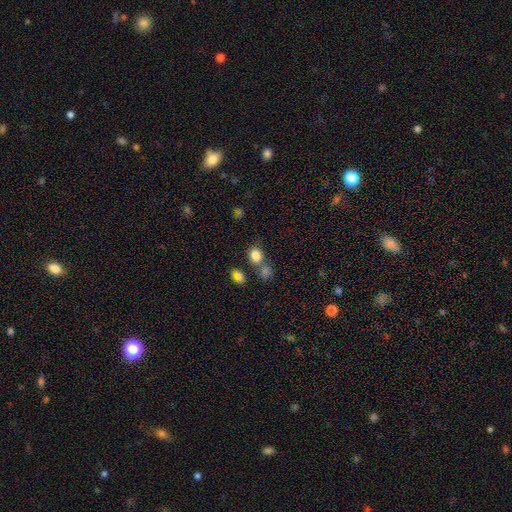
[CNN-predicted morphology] This appears to be a smooth galaxy with no disk features (82%) that is round (50%). Merging: none (60%).